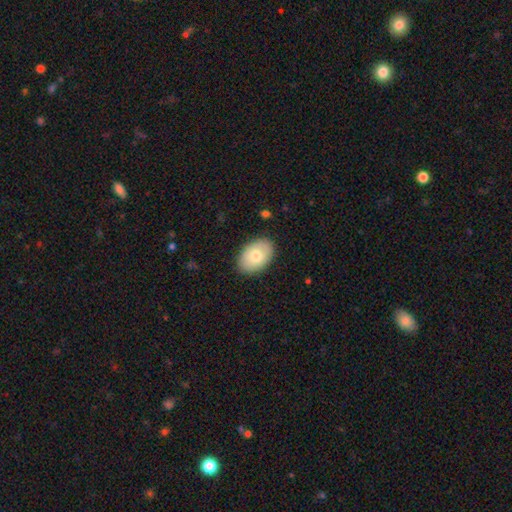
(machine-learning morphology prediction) This is likely a smooth galaxy (75%). How rounded: clearly in between (87%). Merging: clearly none (87%).